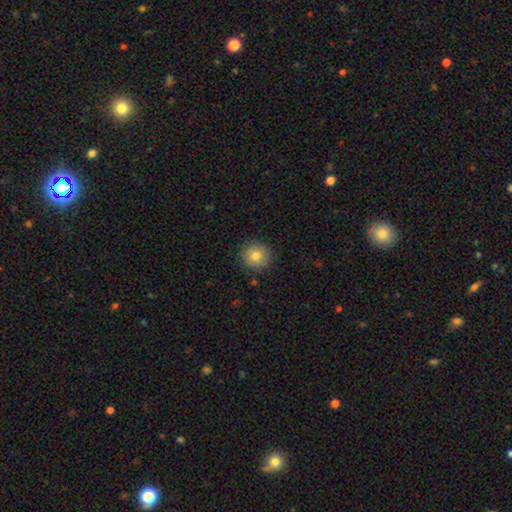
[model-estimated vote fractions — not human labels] smooth_or_featured: smooth (p=0.81) [alt: star or artifact p=0.10]
how_rounded: round (p=0.94) [alt: in between p=0.05]
merging: none (p=0.90) [alt: minor disturbance p=0.07]